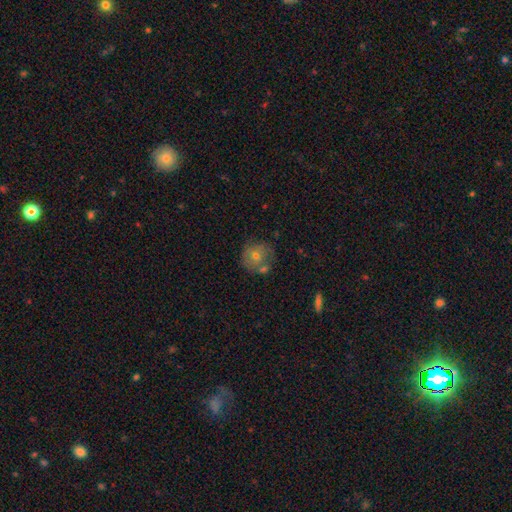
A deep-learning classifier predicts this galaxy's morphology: A smooth galaxy with no disk features (60%) that is round (88%). Merging: none (60%).